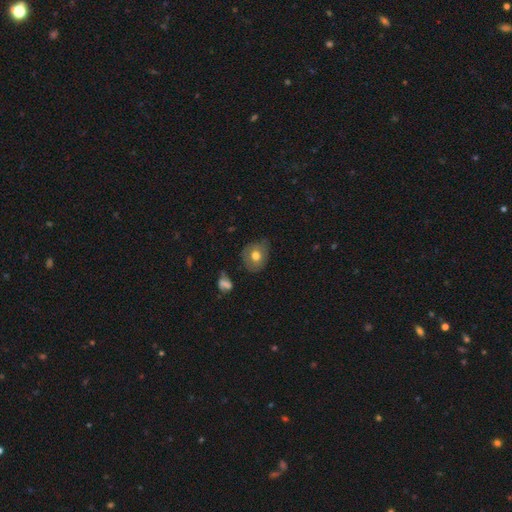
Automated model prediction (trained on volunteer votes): Overall: smooth (68%). How rounded: round (65%; in between 34%). Merging: none (66%).